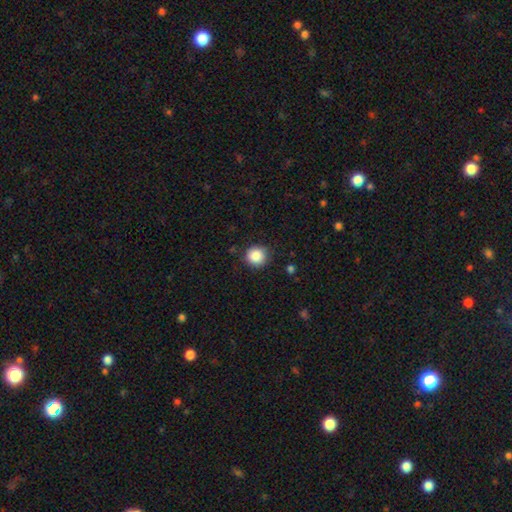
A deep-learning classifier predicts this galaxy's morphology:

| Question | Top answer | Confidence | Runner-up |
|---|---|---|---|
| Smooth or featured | smooth | 87% | star or artifact (9%) |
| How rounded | round | 92% | in between (7%) |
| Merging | none | 86% | minor disturbance (10%) |